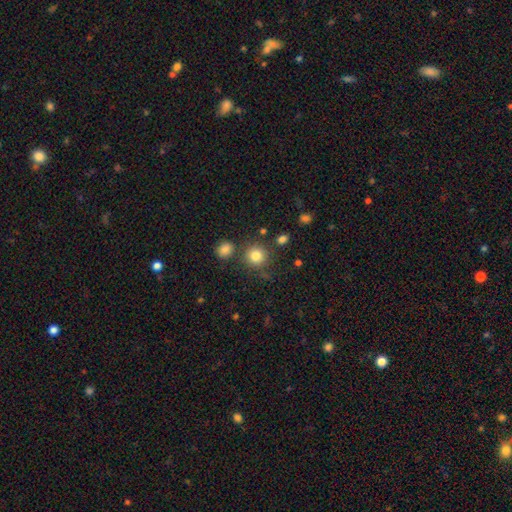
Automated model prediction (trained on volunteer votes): Morphology: type=smooth (82%); roundness=round (92%); merging=none (79%).